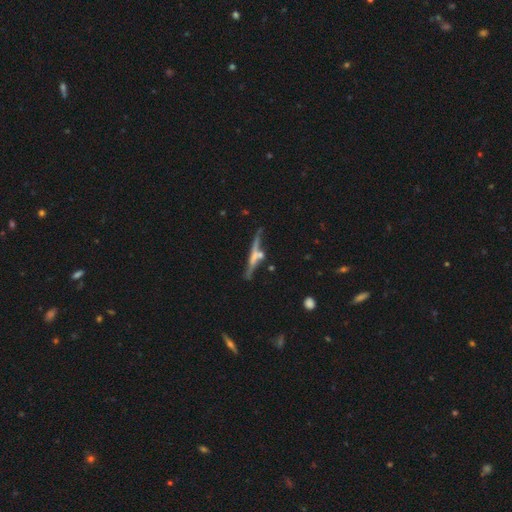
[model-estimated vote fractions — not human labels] This is likely a featured or disk galaxy (64%). It is clearly viewed edge-on (91%). Edge-on bulge: possibly rounded (49%). Merging: possibly none (59%).